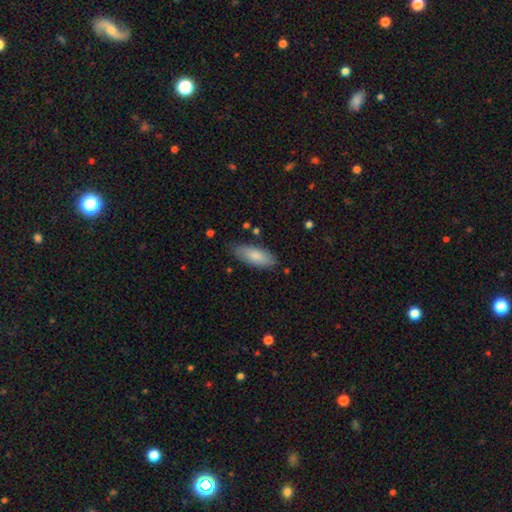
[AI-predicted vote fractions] This is clearly a smooth galaxy (83%). How rounded: likely in between (77%). Merging: likely none (78%).